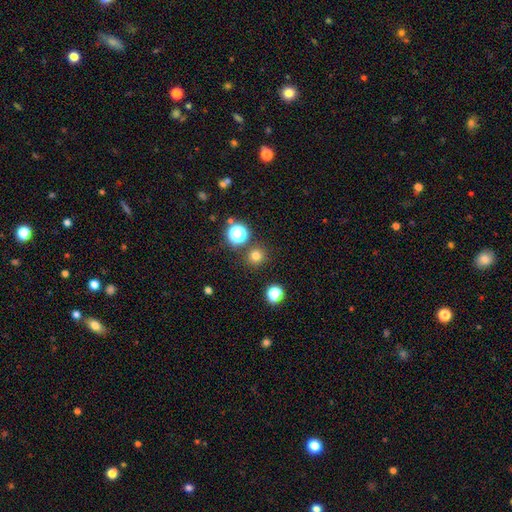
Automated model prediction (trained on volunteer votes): A smooth galaxy with no disk features (75%) that is round (93%). Merging: none (86%).